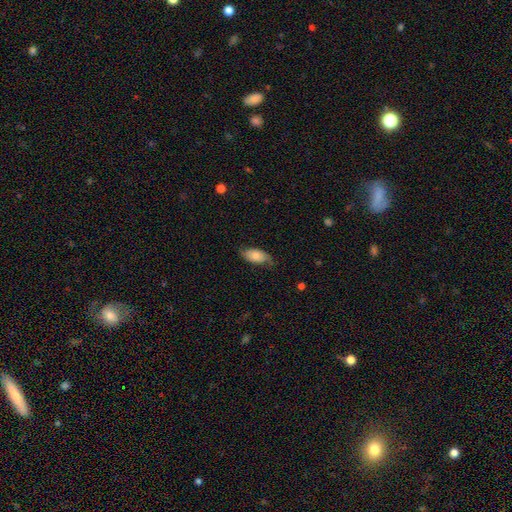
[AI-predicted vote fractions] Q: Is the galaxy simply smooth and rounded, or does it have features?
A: smooth — 69%.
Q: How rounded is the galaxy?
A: in between — 92%.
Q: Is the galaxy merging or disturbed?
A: none — 66%.